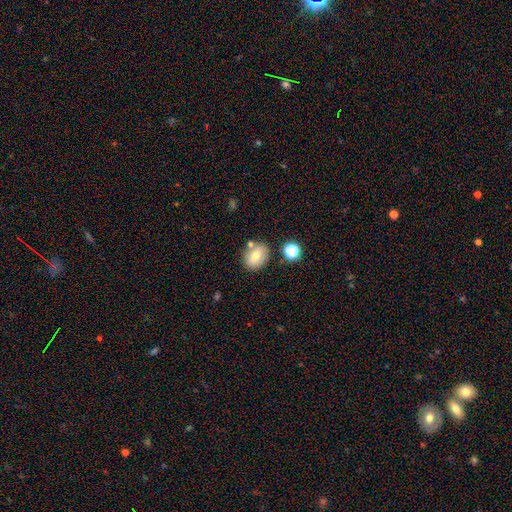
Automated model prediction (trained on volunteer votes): Q: Smooth or featured?
A: smooth (68%); runner-up: featured or disk (21%)
Q: How rounded?
A: in between (52%); runner-up: round (46%)
Q: Merging?
A: none (71%); runner-up: minor disturbance (13%)